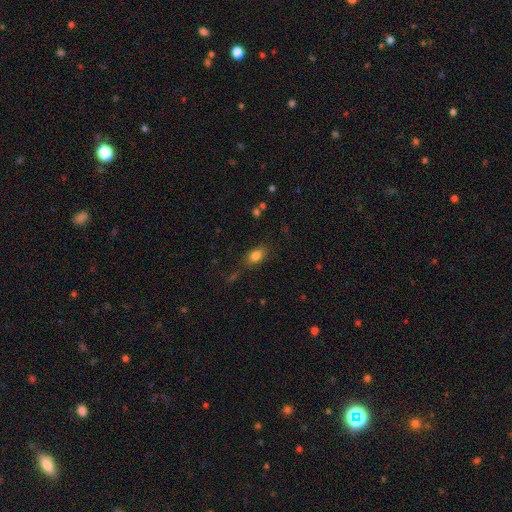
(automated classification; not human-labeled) Smooth or featured: smooth — 80% (star or artifact — 10%)
How rounded: in between — 80% (round — 15%)
Merging: none — 72% (minor disturbance — 18%)